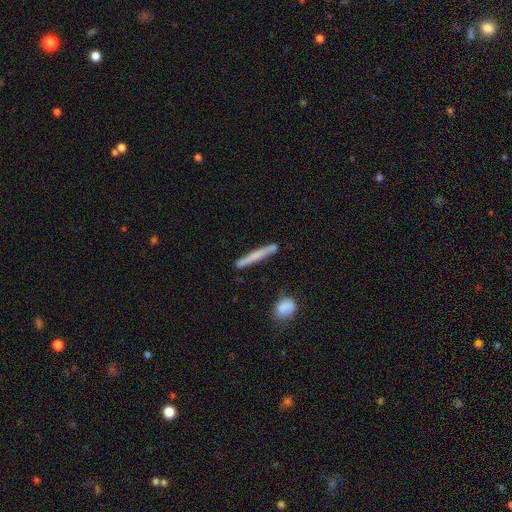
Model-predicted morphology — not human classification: Q: Smooth or featured?
A: smooth (57%); runner-up: featured or disk (36%)
Q: How rounded?
A: cigar-shaped (95%); runner-up: in between (3%)
Q: Merging?
A: none (84%); runner-up: minor disturbance (11%)